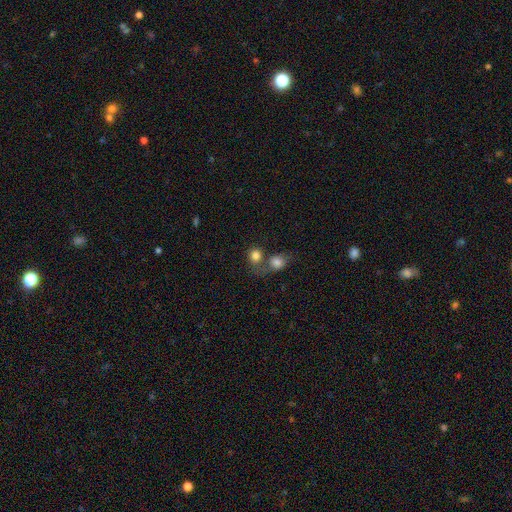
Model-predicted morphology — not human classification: Smooth or featured?
  - smooth: 81% *
  - featured or disk: 10%
  - star or artifact: 9%
How rounded?
  - round: 76% *
  - in between: 22%
  - cigar-shaped: 1%
Merging?
  - merger: 52% *
  - none: 33%
  - minor disturbance: 8%
  - major disturbance: 6%